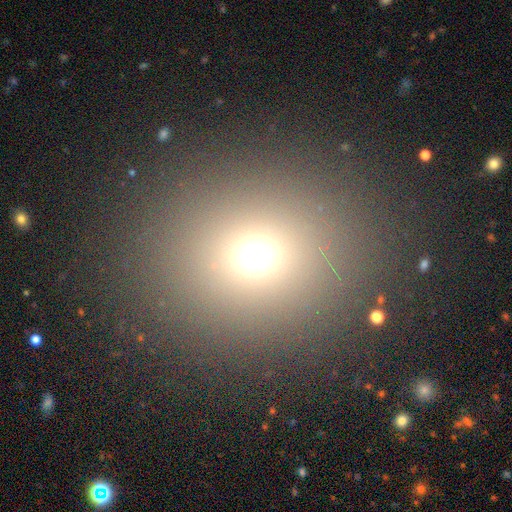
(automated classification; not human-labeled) smooth 66%, star or artifact 25%, featured or disk 8%. Down the decision tree: how rounded — round (74%); merging — none (87%).